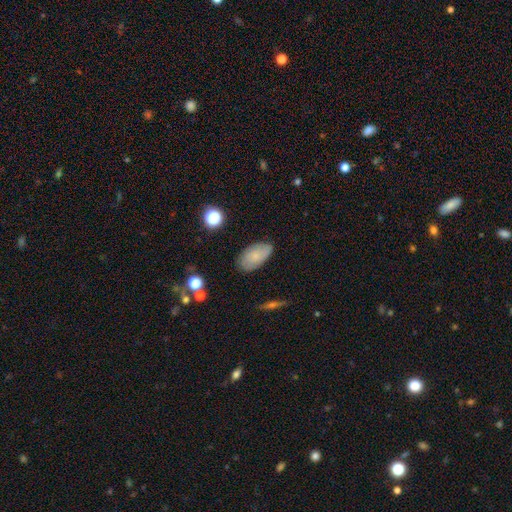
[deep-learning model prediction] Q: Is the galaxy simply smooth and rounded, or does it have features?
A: smooth — 68%.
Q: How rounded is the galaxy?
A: in between — 93%.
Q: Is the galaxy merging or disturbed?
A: none — 80%.